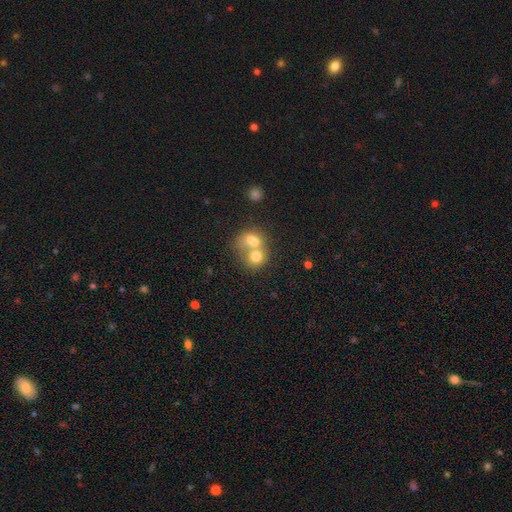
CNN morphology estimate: A smooth galaxy with no disk features (64%) that is round (68%).

Vote fractions:
- Smooth or featured? smooth: 64% / featured or disk: 23% / star or artifact: 13%
- How rounded? round: 68% / in between: 31% / cigar-shaped: 1%
- Merging? merger: 69% / none: 23% / minor disturbance: 5% / major disturbance: 3%